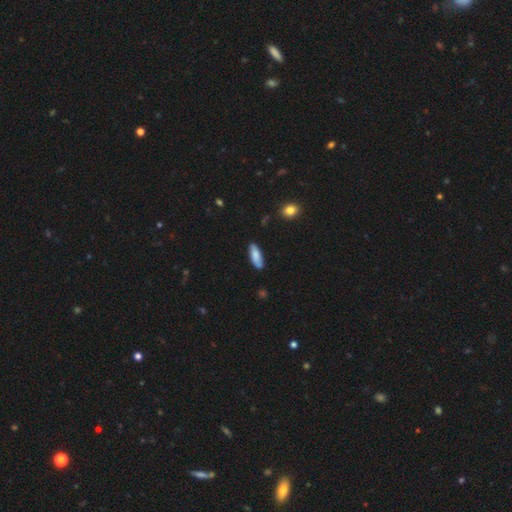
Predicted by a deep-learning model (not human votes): A smooth galaxy with no disk features (77%) that is in between round and cigar-shaped (63%). Merging: none (80%).